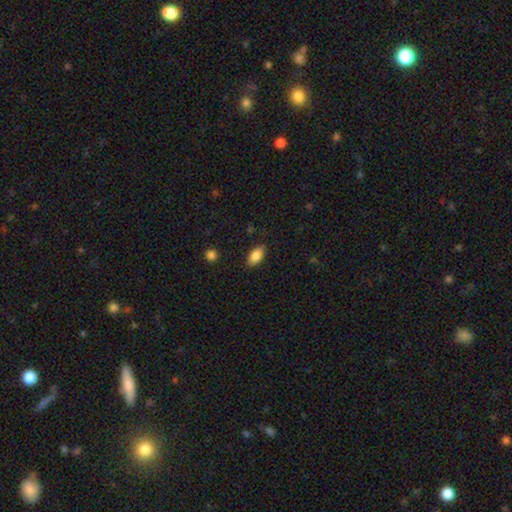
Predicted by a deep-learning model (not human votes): Morphology: type=smooth (84%); roundness=in between (90%); merging=none (85%).